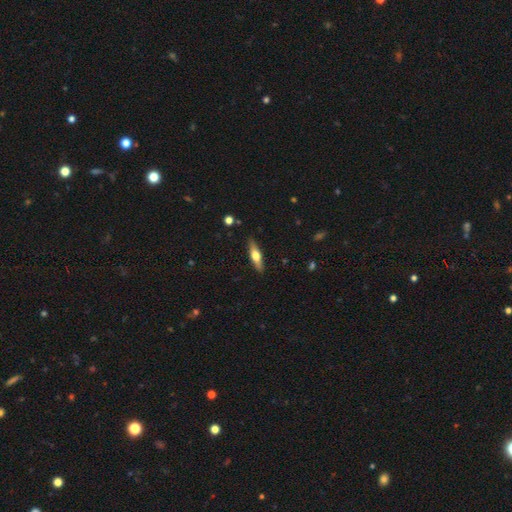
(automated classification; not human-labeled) The model was most divided on "smooth or featured": smooth: 48%, featured or disk: 46%, star or artifact: 6%. More confident: merging — none (89%).